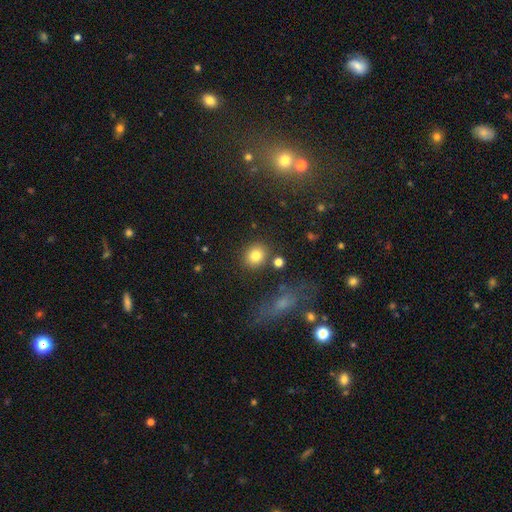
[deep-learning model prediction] smooth-or-featured: smooth: 81% | star or artifact: 12% | featured or disk: 8%
  how-rounded: round: 81% | in between: 18% | cigar-shaped: 1%
  merging: none: 81% | minor disturbance: 9% | merger: 6% | major disturbance: 4%